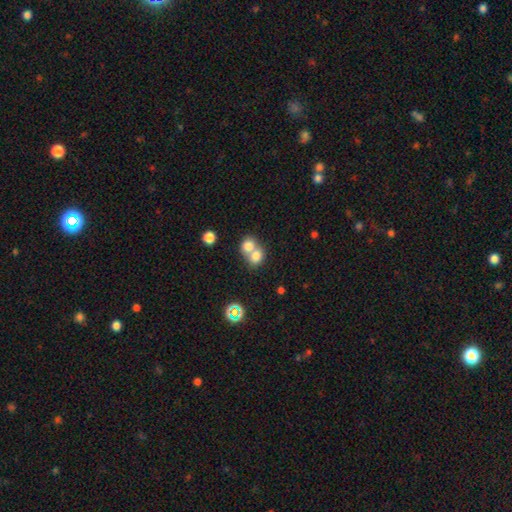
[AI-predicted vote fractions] smooth_or_featured: smooth (p=0.76) [alt: featured or disk p=0.13]
how_rounded: round (p=0.67) [alt: in between p=0.32]
merging: merger (p=0.68) [alt: none p=0.26]